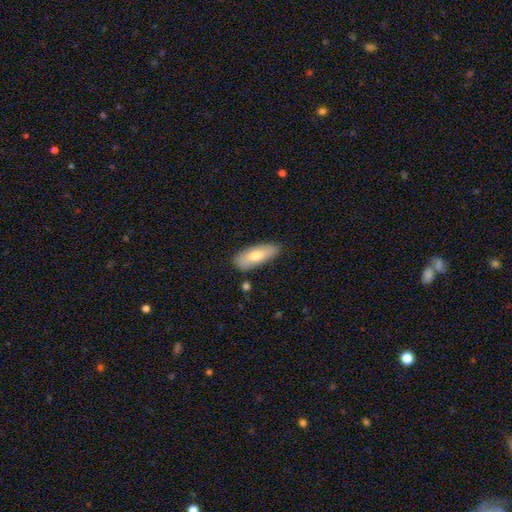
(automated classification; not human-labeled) Smooth or featured? smooth (72%)
How rounded? in between (75%)
Merging? none (80%)